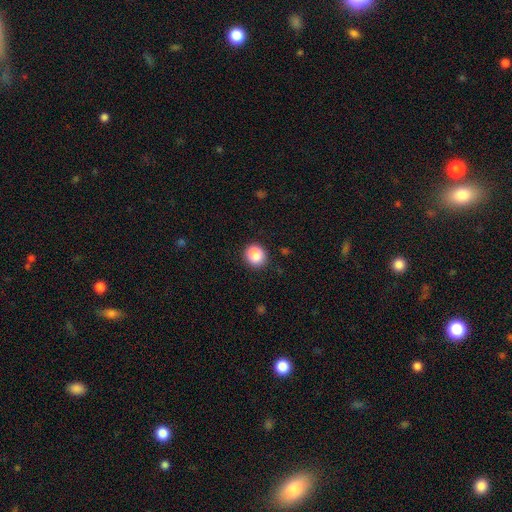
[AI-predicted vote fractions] This appears to be a smooth galaxy with no disk features (87%) that is round (72%). Merging: none (88%).